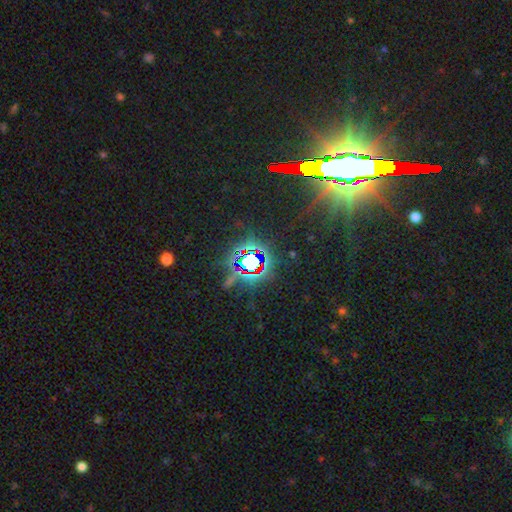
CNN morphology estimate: The model was most divided on "smooth or featured": star or artifact: 82%, smooth: 9%, featured or disk: 8%.